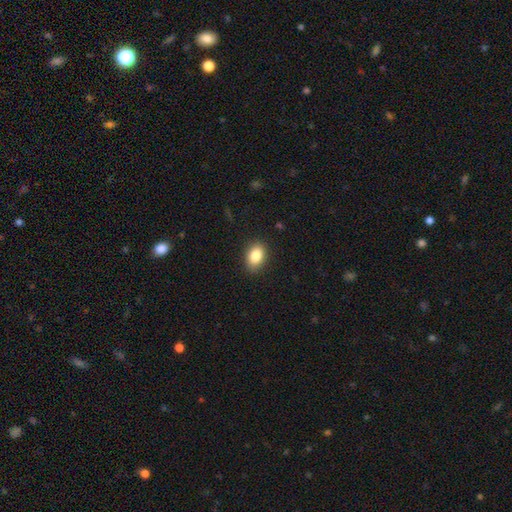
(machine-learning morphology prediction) Smooth or featured? Predicted: smooth (p=0.85). How rounded? Predicted: in between (p=0.82). Merging? Predicted: none (p=0.88).